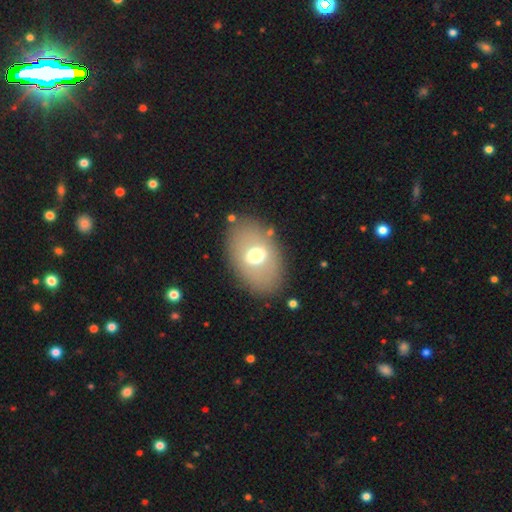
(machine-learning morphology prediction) Smooth or featured? Predicted: smooth (p=0.58). How rounded? Predicted: in between (p=0.81). Merging? Predicted: none (p=0.83).